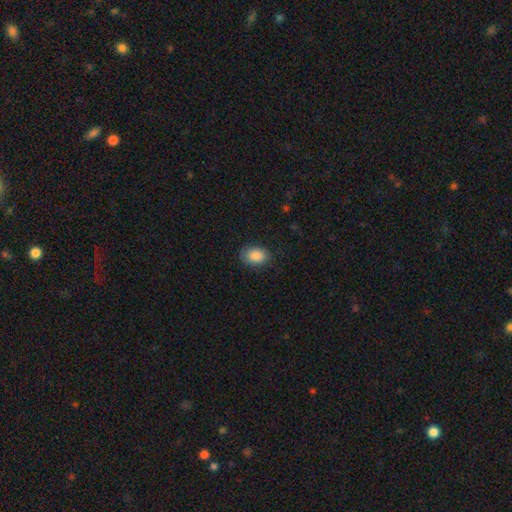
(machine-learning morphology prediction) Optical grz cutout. It shows a smooth galaxy with no disk features (88%) that is in between round and cigar-shaped (75%). Merging: none (83%).